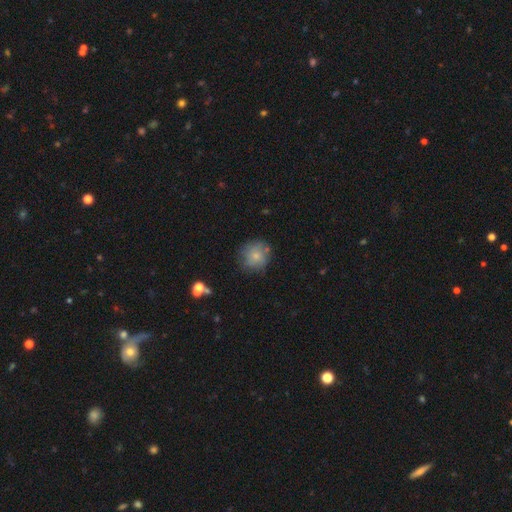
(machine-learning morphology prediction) This is likely a smooth galaxy (72%). How rounded: clearly round (90%). Merging: likely none (73%).